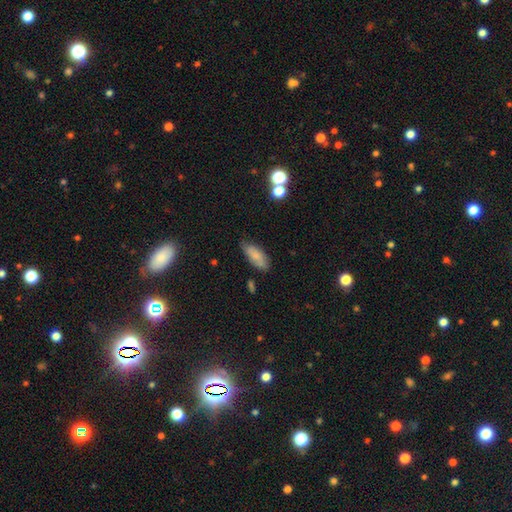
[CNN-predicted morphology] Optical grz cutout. It shows a smooth galaxy with no disk features (73%) that is in between round and cigar-shaped (79%). Merging: none (70%).